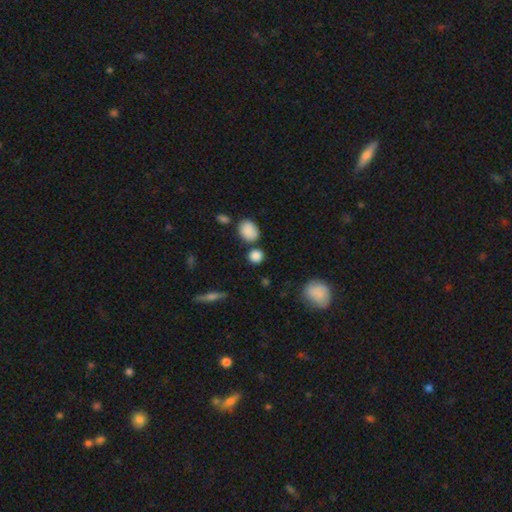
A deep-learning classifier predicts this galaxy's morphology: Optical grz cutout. It shows a smooth galaxy with no disk features (84%) that is round (77%). Merging: none (74%).